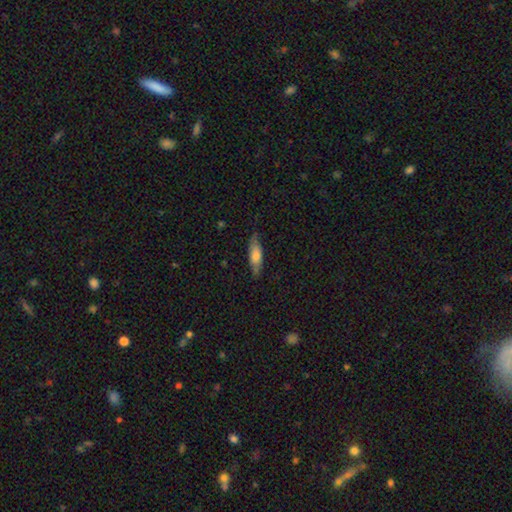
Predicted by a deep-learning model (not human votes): smooth_or_featured: smooth (p=0.65) [alt: featured or disk p=0.29]
how_rounded: cigar-shaped (p=0.50) [alt: in between p=0.48]
merging: none (p=0.75) [alt: minor disturbance p=0.19]